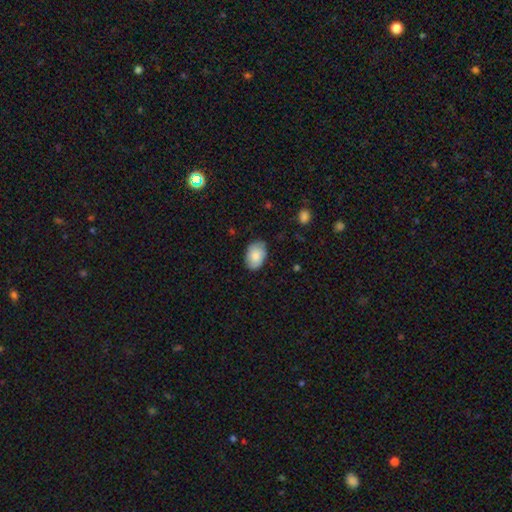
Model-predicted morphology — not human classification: The model was most divided on "merging": none: 78%, minor disturbance: 18%, major disturbance: 3%, merger: 1%. More confident: how rounded — in between (86%); smooth or featured — smooth (82%).